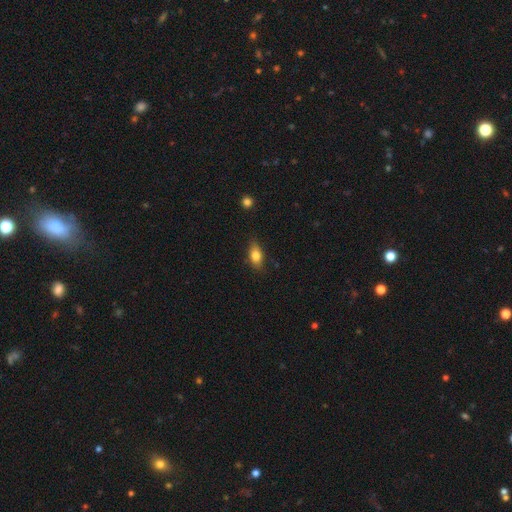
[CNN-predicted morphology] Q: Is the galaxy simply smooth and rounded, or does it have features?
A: smooth — 77%.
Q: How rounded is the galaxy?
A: in between — 82%.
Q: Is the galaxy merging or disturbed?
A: none — 78%.